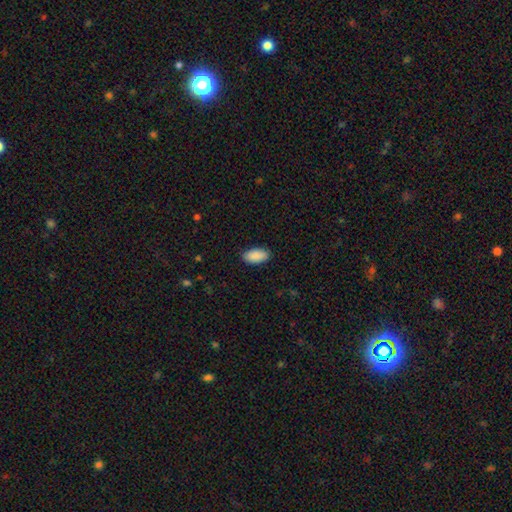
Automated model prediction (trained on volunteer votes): Overall: smooth (91%). How rounded: in between (95%). Merging: none (88%).